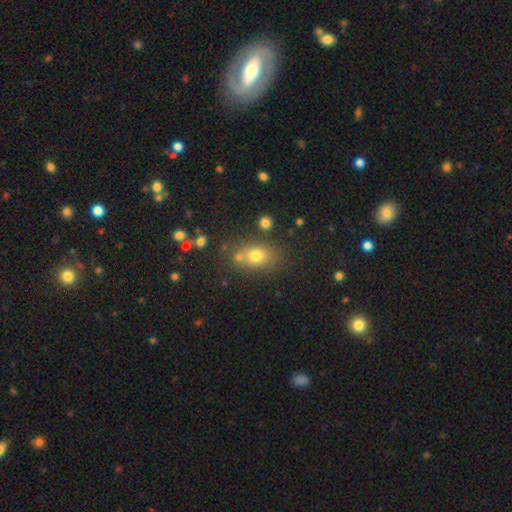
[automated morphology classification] Q: Smooth or featured?
A: smooth (72%); runner-up: star or artifact (16%)
Q: How rounded?
A: in between (57%); runner-up: round (42%)
Q: Merging?
A: none (67%); runner-up: merger (16%)